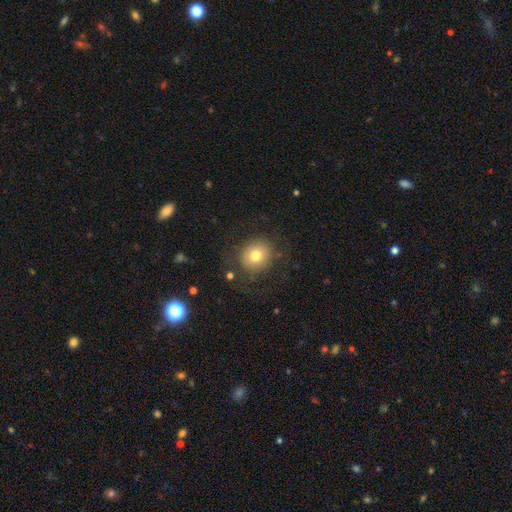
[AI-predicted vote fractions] This appears to be a smooth galaxy with no disk features (77%) that is round (85%). Merging: none (81%).